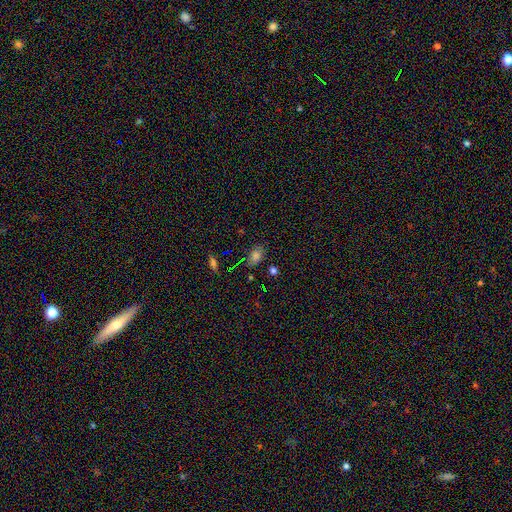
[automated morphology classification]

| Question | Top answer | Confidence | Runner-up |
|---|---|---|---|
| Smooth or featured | smooth | 67% | star or artifact (22%) |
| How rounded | in between | 81% | round (17%) |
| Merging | none | 75% | minor disturbance (18%) |